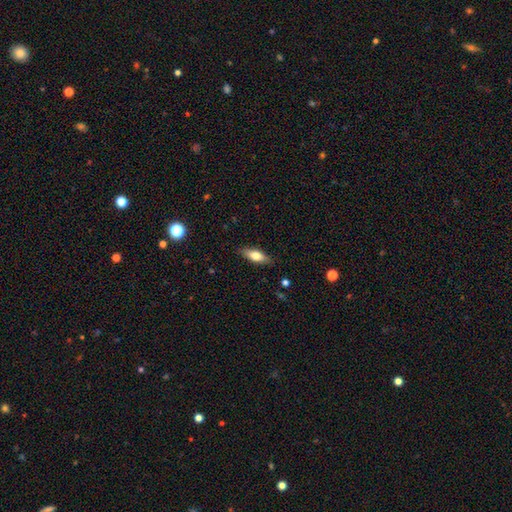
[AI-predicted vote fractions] The model was most divided on "how rounded": in between: 64%, cigar-shaped: 33%, round: 3%. More confident: merging — none (86%); smooth or featured — smooth (70%).